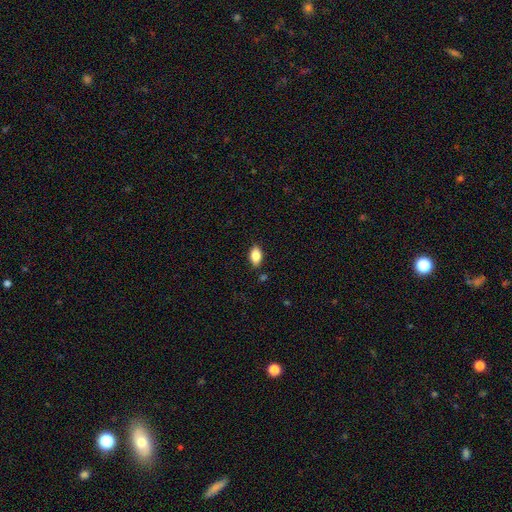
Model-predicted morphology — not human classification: A smooth galaxy with no disk features (82%) that is in between round and cigar-shaped (90%).

Vote fractions:
- Smooth or featured? smooth: 82% / featured or disk: 10% / star or artifact: 8%
- How rounded? in between: 90% / round: 6% / cigar-shaped: 4%
- Merging? none: 84% / minor disturbance: 11% / major disturbance: 2% / merger: 2%